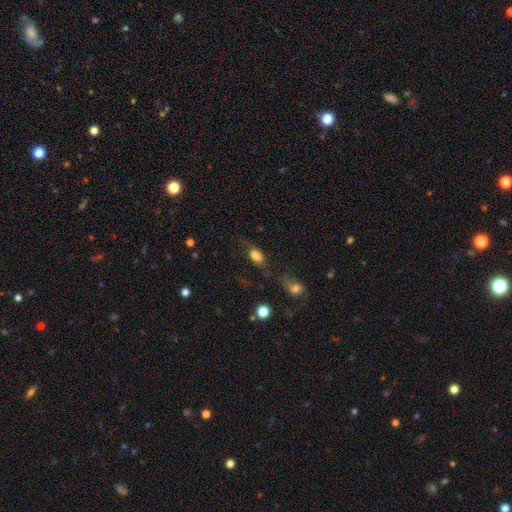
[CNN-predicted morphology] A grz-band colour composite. It shows a smooth galaxy with no disk features (75%) that is in between round and cigar-shaped (86%). Merging: none (52%).